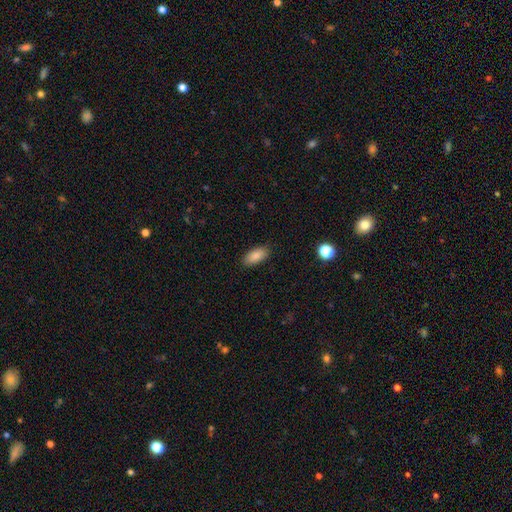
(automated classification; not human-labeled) Smooth or featured? Predicted: smooth (p=0.87). How rounded? Predicted: in between (p=0.89). Merging? Predicted: none (p=0.88).